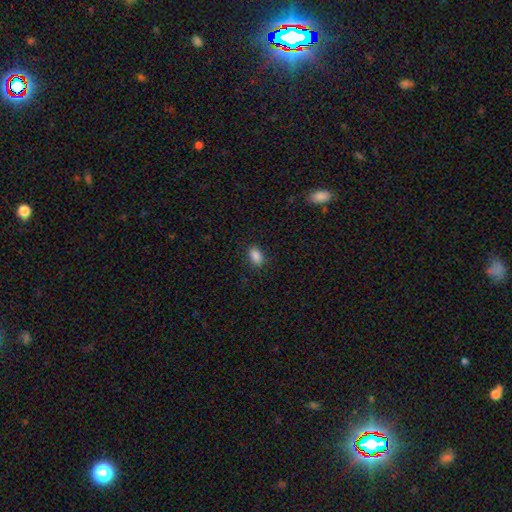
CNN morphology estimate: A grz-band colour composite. It shows a smooth galaxy with no disk features (87%) that is in between round and cigar-shaped (87%). Merging: none (86%).